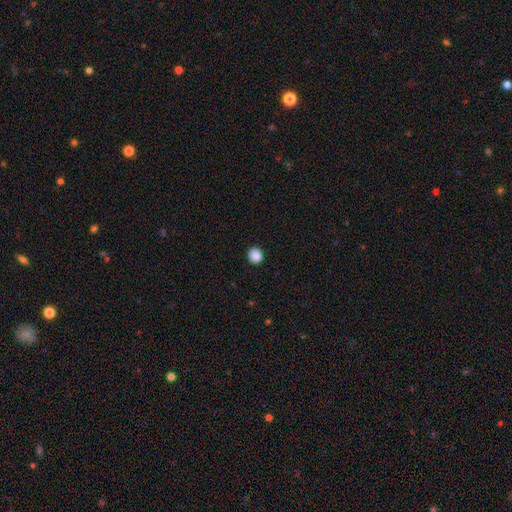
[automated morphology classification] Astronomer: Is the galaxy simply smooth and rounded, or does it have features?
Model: smooth — 88%.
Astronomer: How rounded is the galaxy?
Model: round — 84%.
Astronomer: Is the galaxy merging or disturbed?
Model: none — 92%.